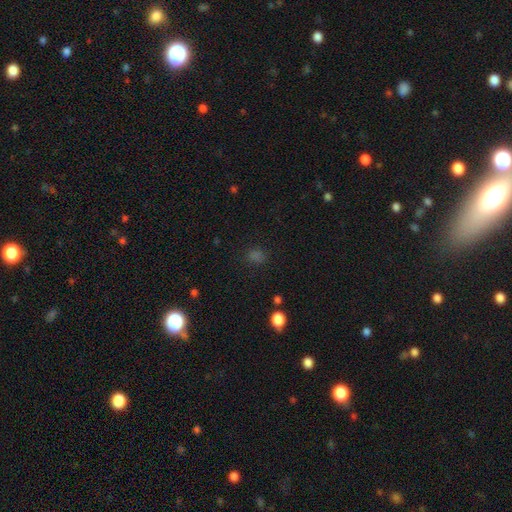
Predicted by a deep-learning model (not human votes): A smooth galaxy with no disk features (64%) that is round (72%). Merging: none (85%).